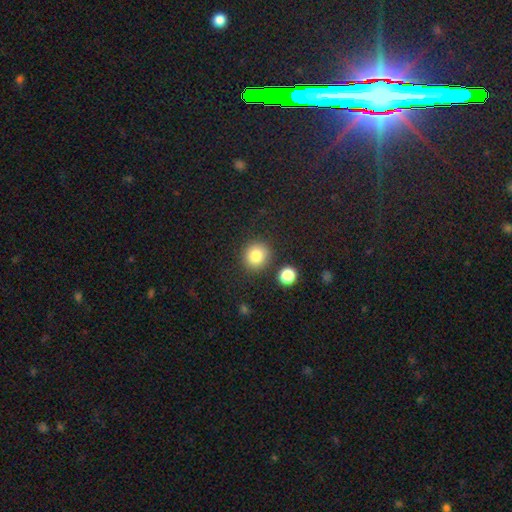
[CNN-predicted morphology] Smooth or featured?
  - smooth: 83% *
  - star or artifact: 11%
  - featured or disk: 6%
How rounded?
  - round: 87% *
  - in between: 12%
  - cigar-shaped: 1%
Merging?
  - none: 84% *
  - minor disturbance: 8%
  - merger: 5%
  - major disturbance: 3%